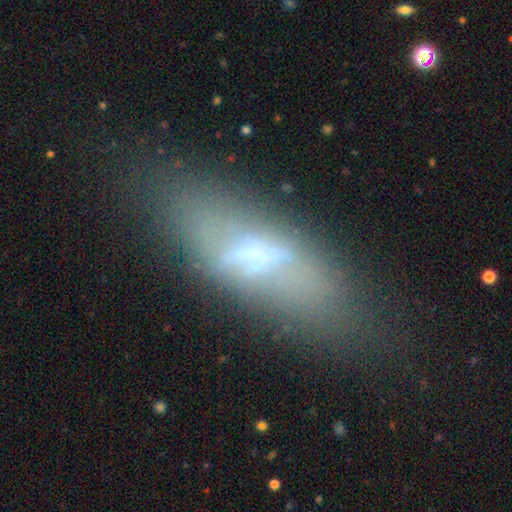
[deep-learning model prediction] Overall: featured or disk (49%; smooth 39%). Merging: none (62%).